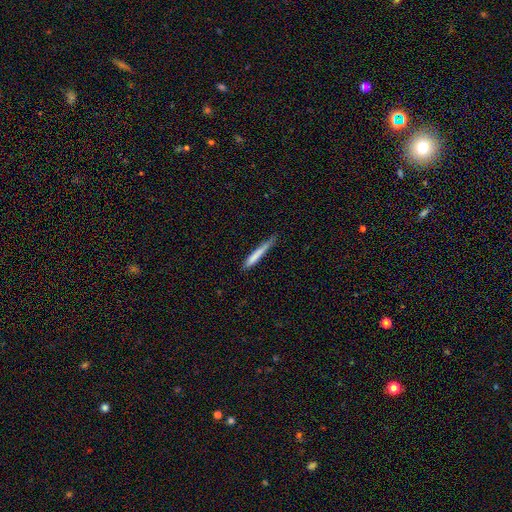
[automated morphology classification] A smooth galaxy with no disk features (73%) that is cigar-shaped (95%).

Vote fractions:
- Smooth or featured? smooth: 73% / featured or disk: 21% / star or artifact: 6%
- How rounded? cigar-shaped: 95% / in between: 4% / round: 1%
- Merging? none: 67% / minor disturbance: 26% / major disturbance: 5% / merger: 2%